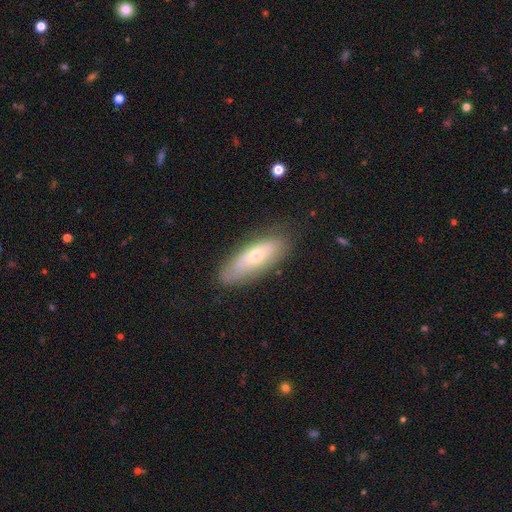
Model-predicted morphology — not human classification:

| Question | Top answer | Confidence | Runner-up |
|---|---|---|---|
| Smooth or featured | smooth | 53% | featured or disk (40%) |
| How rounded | in between | 62% | cigar-shaped (35%) |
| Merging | none | 74% | minor disturbance (19%) |